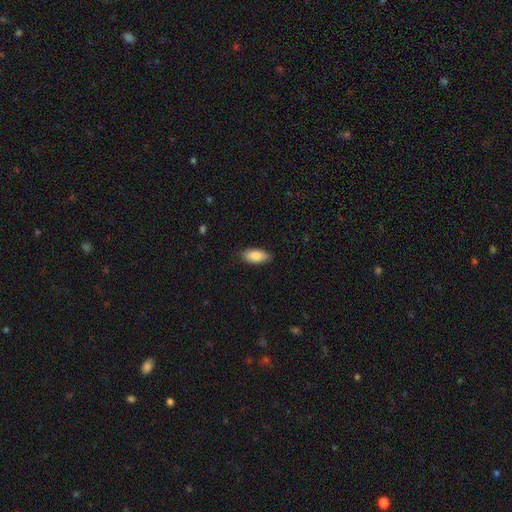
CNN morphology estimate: Smooth or featured? Predicted: smooth (p=0.86). How rounded? Predicted: in between (p=0.89). Merging? Predicted: none (p=0.86).